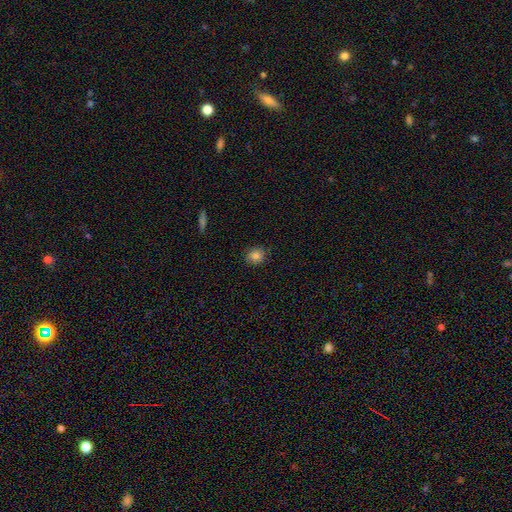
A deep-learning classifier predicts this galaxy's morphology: Overall: smooth (83%). How rounded: round (82%). Merging: none (85%).